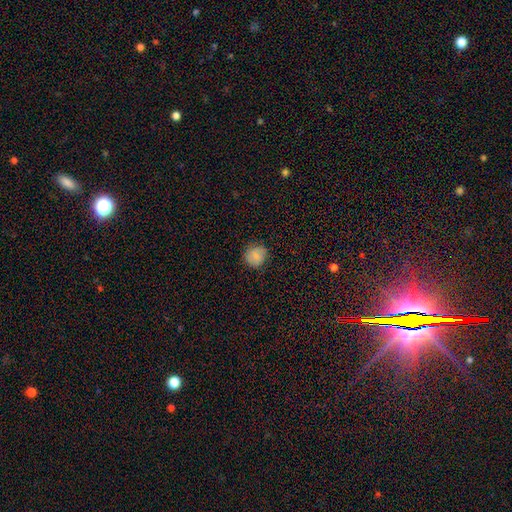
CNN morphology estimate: smooth_or_featured: smooth (p=0.83) [alt: star or artifact p=0.09]
how_rounded: round (p=0.87) [alt: in between p=0.12]
merging: none (p=0.84) [alt: minor disturbance p=0.13]